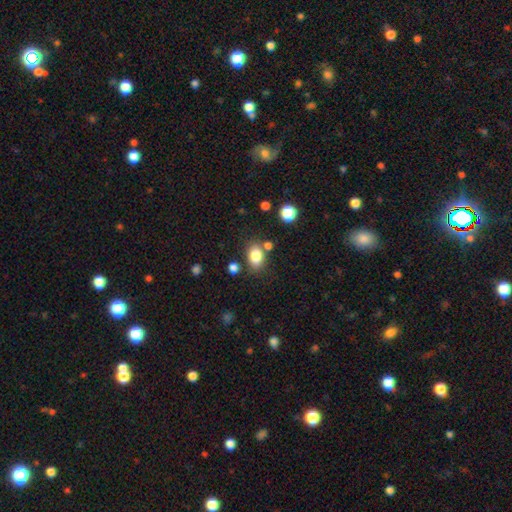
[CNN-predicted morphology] A smooth galaxy with no disk features (83%) that is in between round and cigar-shaped (74%).

Vote fractions:
- Smooth or featured? smooth: 83% / star or artifact: 10% / featured or disk: 7%
- How rounded? in between: 74% / round: 25% / cigar-shaped: 1%
- Merging? none: 72% / minor disturbance: 13% / merger: 10% / major disturbance: 4%